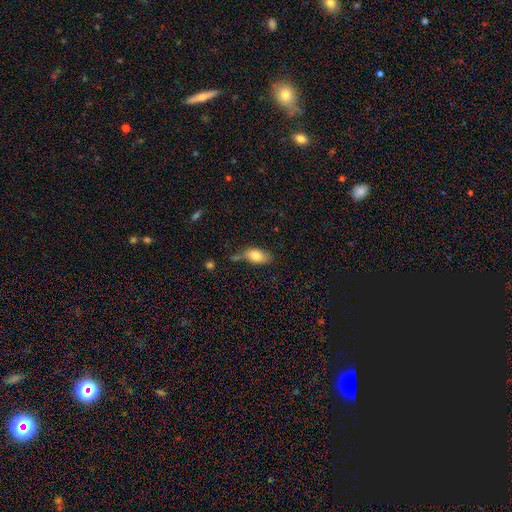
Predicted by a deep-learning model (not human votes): Smooth or featured? Predicted: smooth (p=0.81). How rounded? Predicted: in between (p=0.91). Merging? Predicted: none (p=0.57).